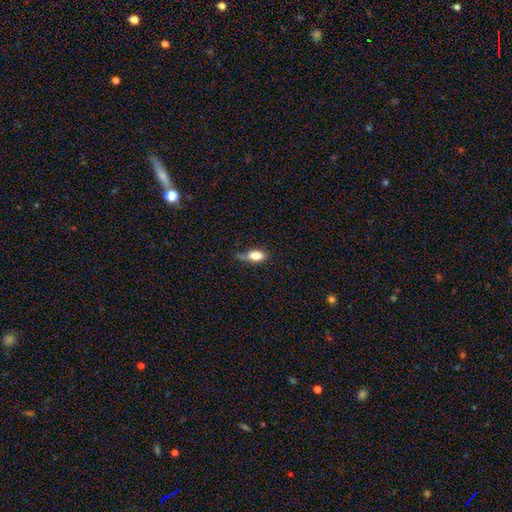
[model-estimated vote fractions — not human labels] Smooth or featured? Predicted: smooth (p=0.81). How rounded? Predicted: in between (p=0.86). Merging? Predicted: none (p=0.46).